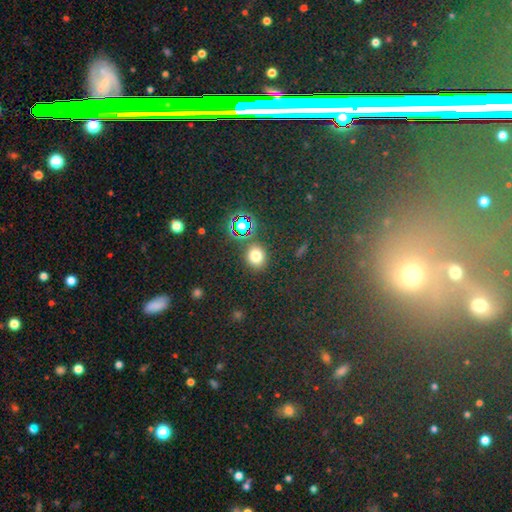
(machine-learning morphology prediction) Smooth or featured? Predicted: smooth (p=0.70). How rounded? Predicted: round (p=0.75). Merging? Predicted: none (p=0.84).